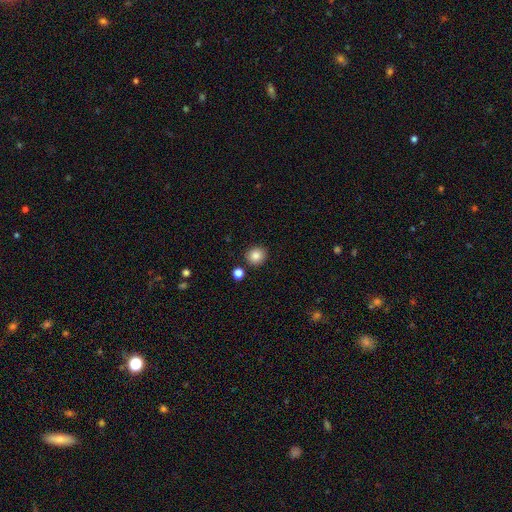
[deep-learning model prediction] Morphology: type=smooth (86%); roundness=round (88%); merging=none (88%).